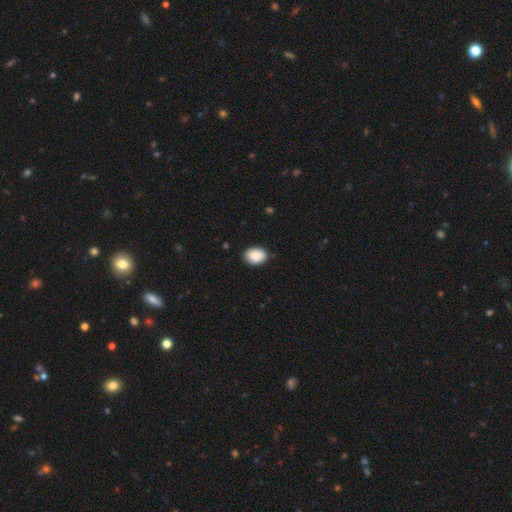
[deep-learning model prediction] Morphology: type=smooth (90%); roundness=in between (75%); merging=none (86%).